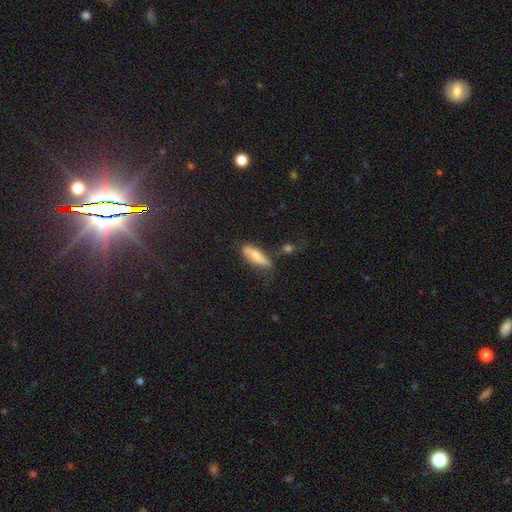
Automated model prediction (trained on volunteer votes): smooth 69%, featured or disk 24%, star or artifact 7%. Down the decision tree: how rounded — in between (52%); merging — none (57%).